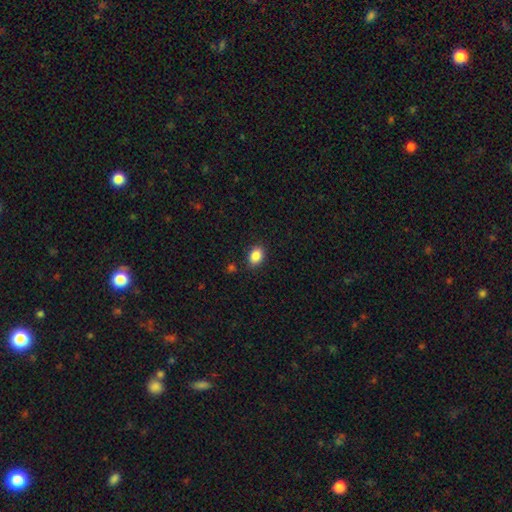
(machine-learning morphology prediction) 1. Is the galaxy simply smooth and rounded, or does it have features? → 87% smooth, 9% star or artifact, 4% featured or disk.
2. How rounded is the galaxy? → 74% in between, 25% round, 1% cigar-shaped.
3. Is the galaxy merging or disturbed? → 85% none, 11% minor disturbance, 3% major disturbance, 2% merger.